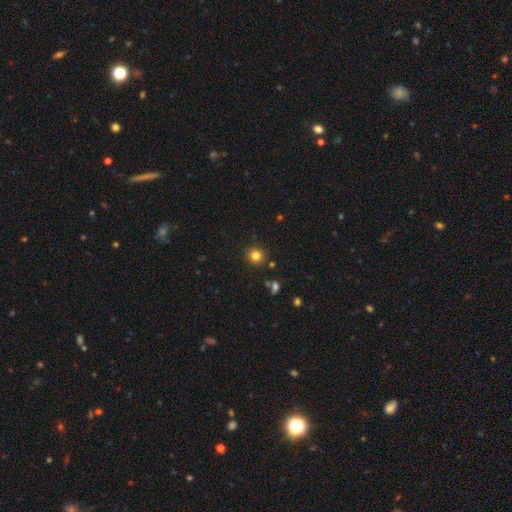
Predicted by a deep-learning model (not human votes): Smooth or featured?
  - smooth: 81% *
  - star or artifact: 13%
  - featured or disk: 6%
How rounded?
  - round: 91% *
  - in between: 8%
  - cigar-shaped: 1%
Merging?
  - none: 88% *
  - minor disturbance: 7%
  - merger: 3%
  - major disturbance: 2%